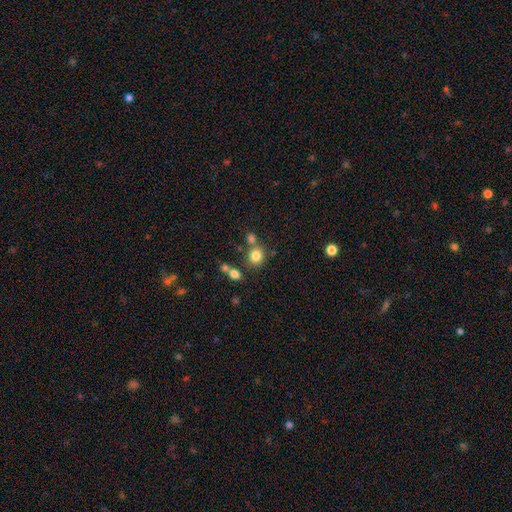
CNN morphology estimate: type=smooth (81%); roundness=round (80%); merging=none (65%).